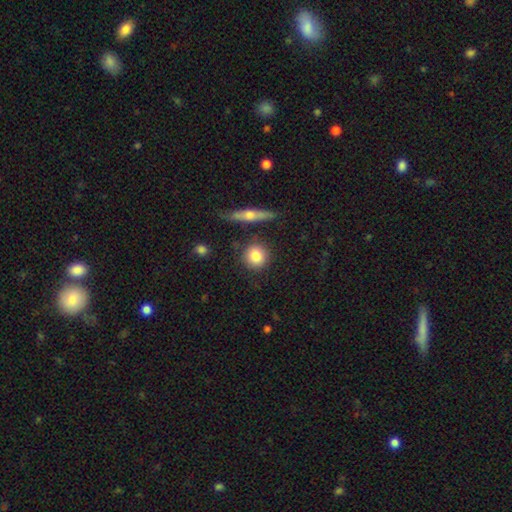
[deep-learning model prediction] A smooth galaxy with no disk features (81%) that is round (86%).

Vote fractions:
- Smooth or featured? smooth: 81% / featured or disk: 12% / star or artifact: 7%
- How rounded? round: 86% / in between: 12% / cigar-shaped: 3%
- Merging? none: 83% / minor disturbance: 9% / merger: 5% / major disturbance: 3%